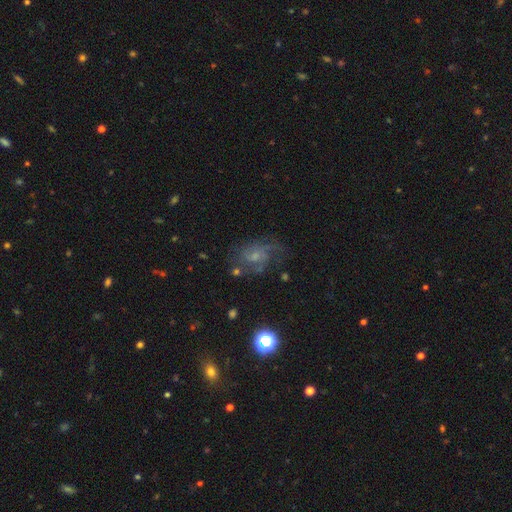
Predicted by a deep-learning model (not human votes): smooth_or_featured: featured or disk (p=0.67) [alt: smooth p=0.19]
disk_edge_on: no (p=0.97) [alt: yes p=0.03]
bar: no (p=0.64) [alt: weak p=0.32]
has_spiral_arms: yes (p=0.86) [alt: no p=0.14]
spiral_winding: medium (p=0.48) [alt: tight p=0.28]
spiral_arm_count: 2 (p=0.33) [alt: can't tell p=0.31]
bulge_size: small (p=0.55) [alt: moderate p=0.31]
merging: none (p=0.55) [alt: minor disturbance p=0.21]